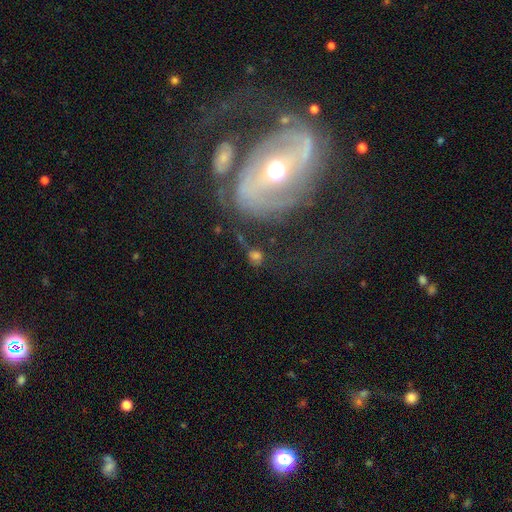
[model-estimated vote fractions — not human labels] The model was most divided on "smooth or featured": smooth: 57%, star or artifact: 22%, featured or disk: 21%. More confident: how rounded — round (72%); merging — none (55%).